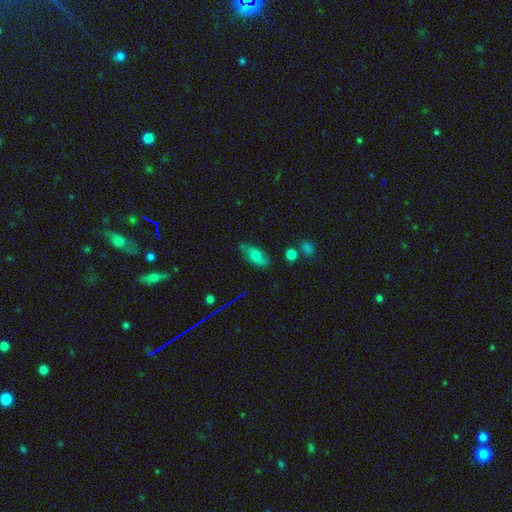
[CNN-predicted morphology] Smooth or featured?
  - smooth: 65% *
  - featured or disk: 25%
  - star or artifact: 10%
How rounded?
  - in between: 78% *
  - cigar-shaped: 17%
  - round: 5%
Merging?
  - none: 69% *
  - minor disturbance: 22%
  - major disturbance: 5%
  - merger: 4%